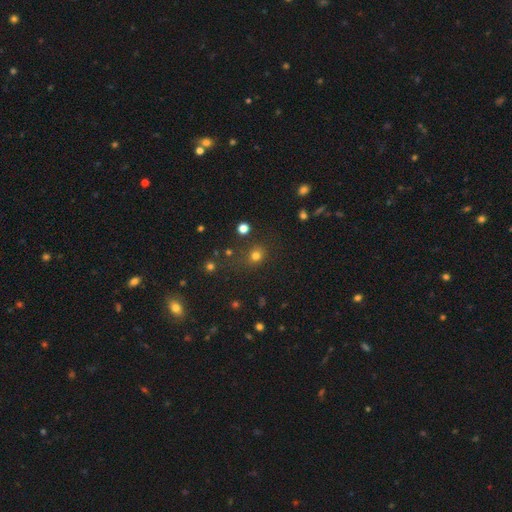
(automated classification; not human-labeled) This appears to be a smooth galaxy with no disk features (74%) that is round (80%). Merging: none (76%).